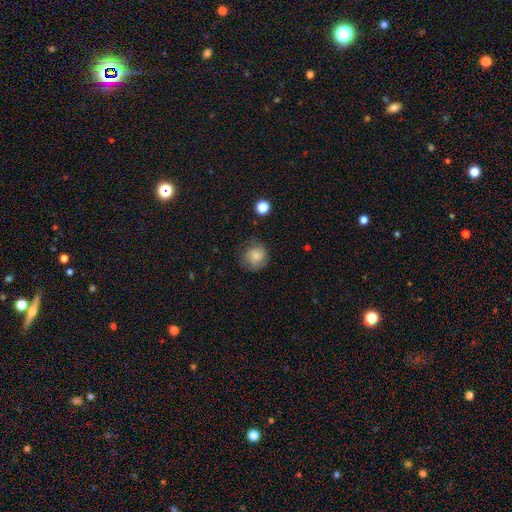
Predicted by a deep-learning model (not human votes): Q: Smooth or featured?
A: smooth (73%); runner-up: featured or disk (18%)
Q: How rounded?
A: round (85%); runner-up: in between (14%)
Q: Merging?
A: none (67%); runner-up: minor disturbance (22%)